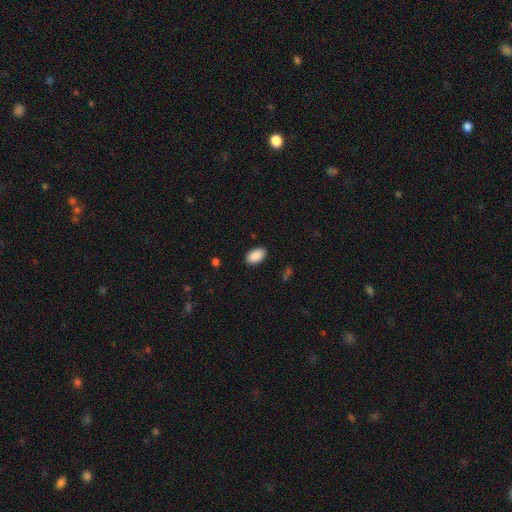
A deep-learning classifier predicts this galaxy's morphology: smooth 90%, star or artifact 7%, featured or disk 3%. Down the decision tree: how rounded — in between (93%); merging — none (88%).